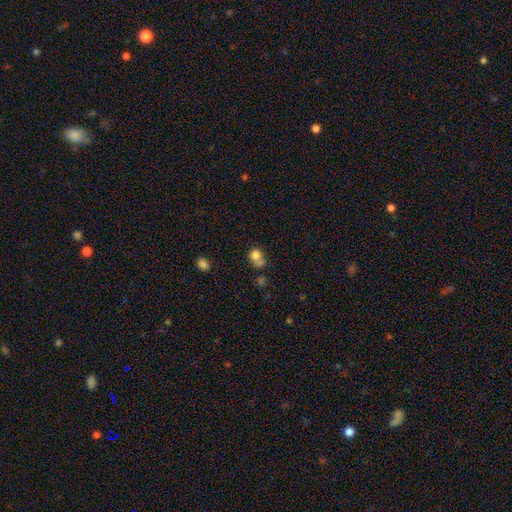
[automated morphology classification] Smooth or featured: smooth — 77% (star or artifact — 12%)
How rounded: round — 68% (in between — 31%)
Merging: merger — 38% (none — 35%)